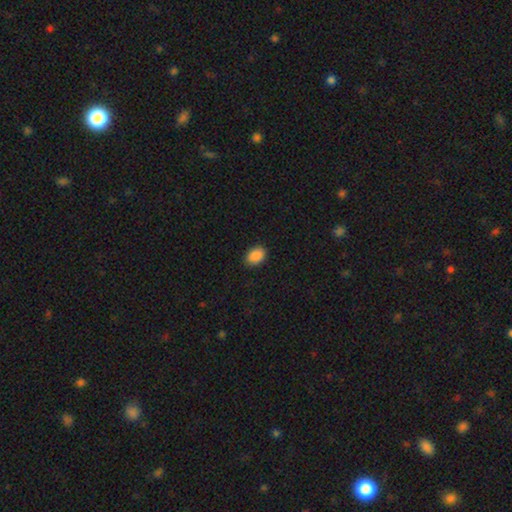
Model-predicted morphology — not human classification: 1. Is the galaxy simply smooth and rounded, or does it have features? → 89% smooth, 7% star or artifact, 3% featured or disk.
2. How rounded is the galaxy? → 82% in between, 17% round, 1% cigar-shaped.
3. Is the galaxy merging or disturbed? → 88% none, 9% minor disturbance, 2% major disturbance, 1% merger.